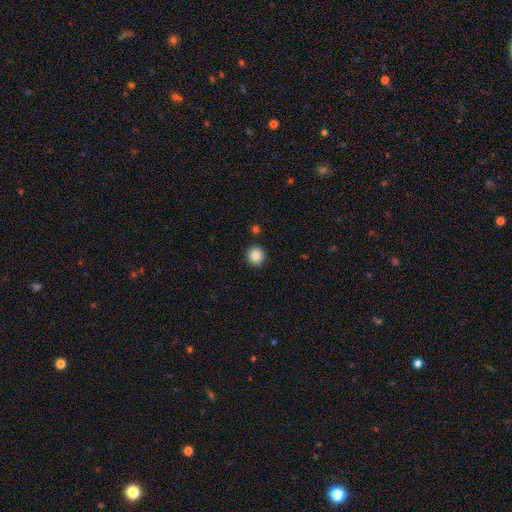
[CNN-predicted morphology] Smooth or featured?
  - smooth: 86% *
  - star or artifact: 9%
  - featured or disk: 4%
How rounded?
  - round: 88% *
  - in between: 11%
  - cigar-shaped: 1%
Merging?
  - none: 89% *
  - minor disturbance: 7%
  - merger: 2%
  - major disturbance: 2%